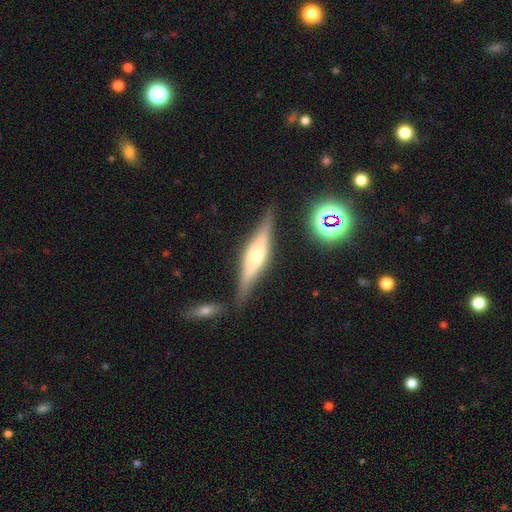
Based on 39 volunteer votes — featured or disk 74%, smooth 21%, star or artifact 5%. Down the decision tree: edge-on disk — yes (97%); edge-on bulge — rounded (96%); merging — none (81%).